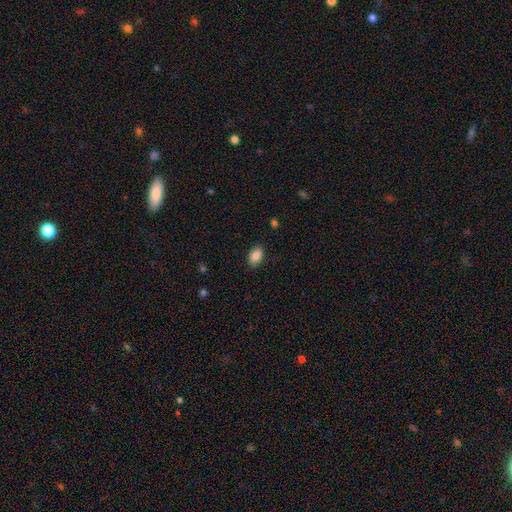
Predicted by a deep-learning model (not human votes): This appears to be a smooth galaxy with no disk features (88%) that is in between round and cigar-shaped (91%). Merging: none (87%).